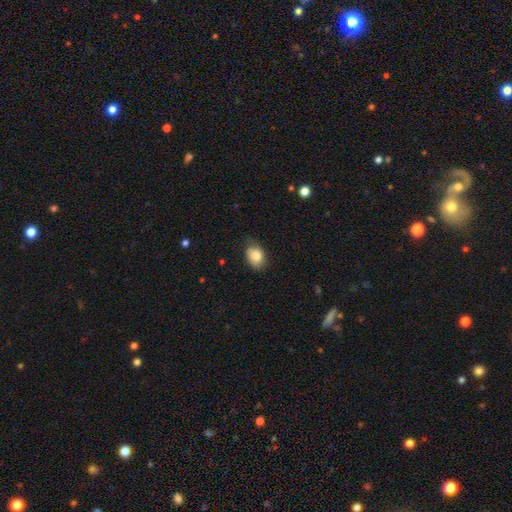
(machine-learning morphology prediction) This is likely a smooth galaxy (79%). How rounded: likely in between (78%). Merging: likely none (65%).